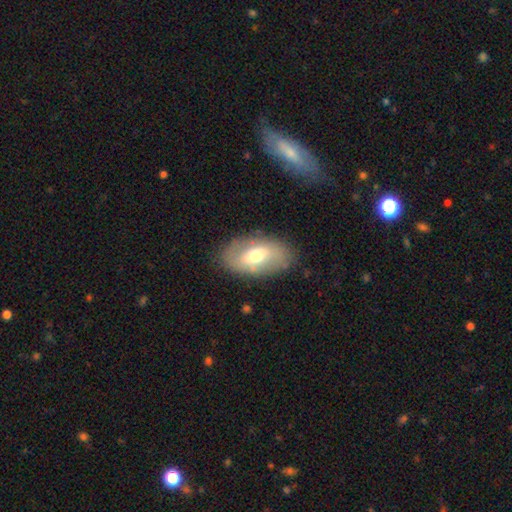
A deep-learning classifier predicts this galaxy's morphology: This is possibly a smooth galaxy (54%). How rounded: clearly in between (92%). Merging: likely none (80%).